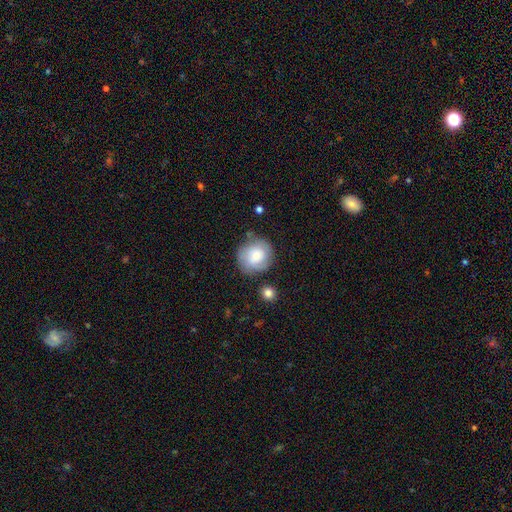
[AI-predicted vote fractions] Smooth or featured? Predicted: smooth (p=0.61). How rounded? Predicted: round (p=0.86). Merging? Predicted: none (p=0.69).